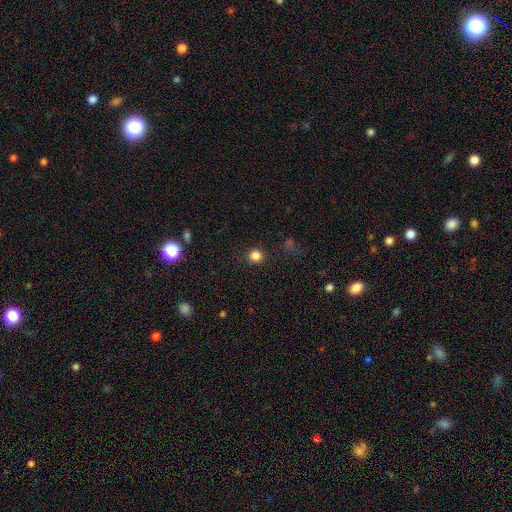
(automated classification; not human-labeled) Smooth or featured: smooth — 84% (star or artifact — 12%)
How rounded: round — 91% (in between — 8%)
Merging: none — 88% (minor disturbance — 7%)